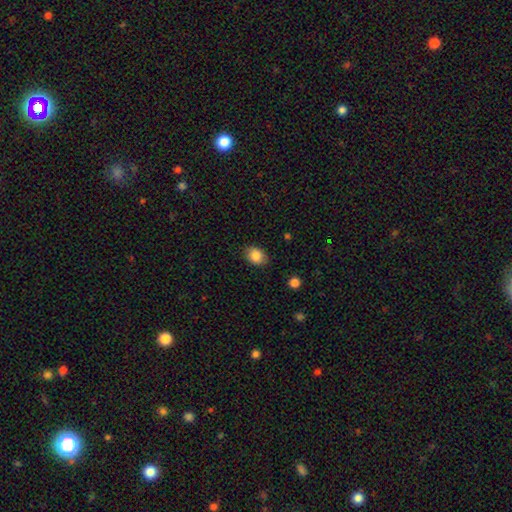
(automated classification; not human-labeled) Smooth or featured: smooth — 86% (star or artifact — 9%)
How rounded: in between — 63% (round — 36%)
Merging: none — 84% (minor disturbance — 12%)